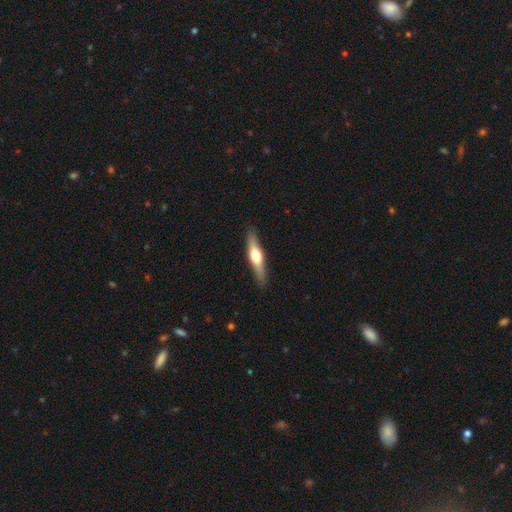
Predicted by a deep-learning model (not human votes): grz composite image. It shows a featured or disk galaxy (59%) viewed edge-on (95%) with a rounded central bulge (93%). Merging: none (89%).